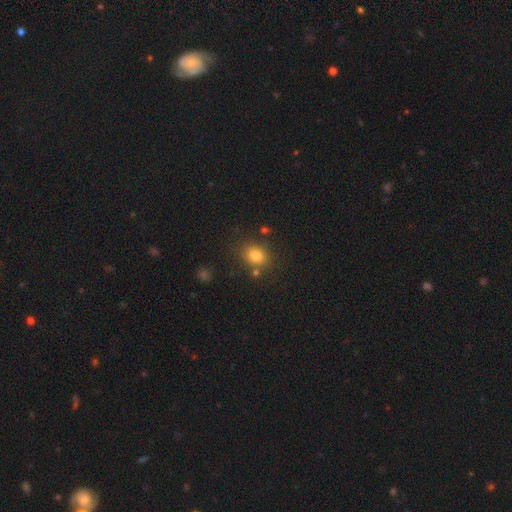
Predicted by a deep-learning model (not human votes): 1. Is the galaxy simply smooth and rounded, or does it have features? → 79% smooth, 13% star or artifact, 8% featured or disk.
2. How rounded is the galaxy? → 51% round, 48% in between, 1% cigar-shaped.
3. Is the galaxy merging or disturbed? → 78% none, 11% minor disturbance, 7% merger, 4% major disturbance.